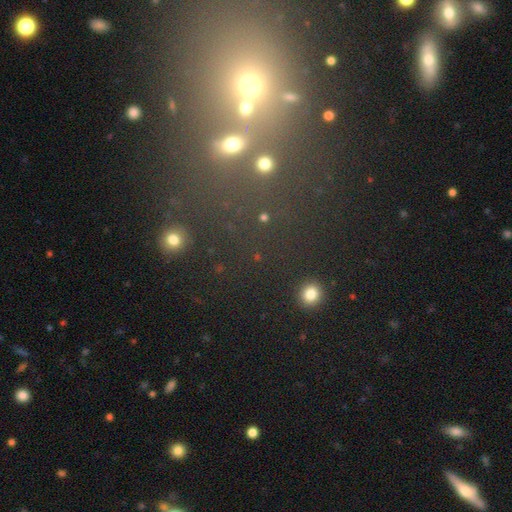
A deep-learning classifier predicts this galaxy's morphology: The model was most divided on "smooth or featured": star or artifact: 56%, smooth: 31%, featured or disk: 13%.